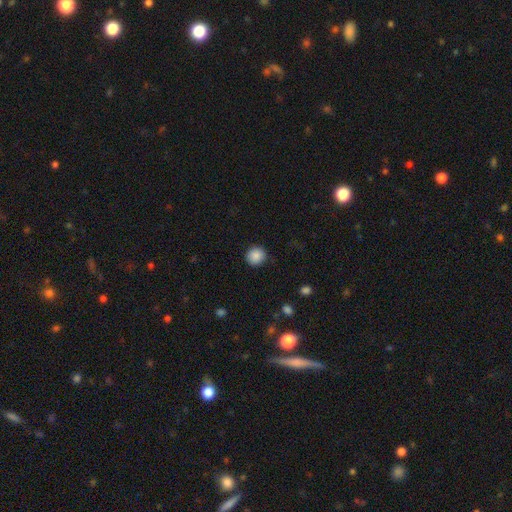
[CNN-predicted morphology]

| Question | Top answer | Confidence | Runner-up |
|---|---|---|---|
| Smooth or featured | smooth | 88% | star or artifact (9%) |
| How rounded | round | 92% | in between (7%) |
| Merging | none | 90% | minor disturbance (7%) |